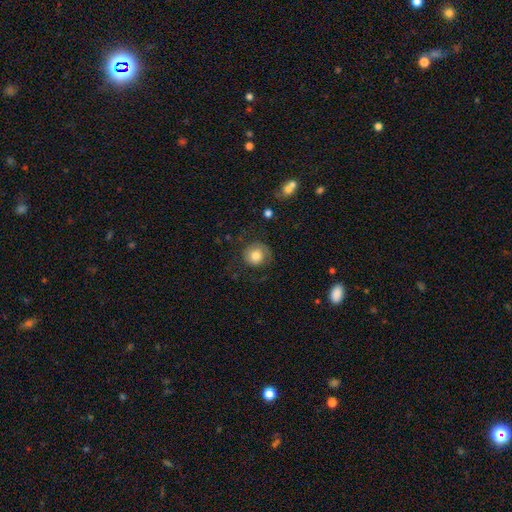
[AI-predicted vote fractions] Smooth or featured?
  - smooth: 69% *
  - featured or disk: 22%
  - star or artifact: 9%
How rounded?
  - round: 87% *
  - in between: 12%
  - cigar-shaped: 1%
Merging?
  - none: 66% *
  - minor disturbance: 19%
  - major disturbance: 13%
  - merger: 2%